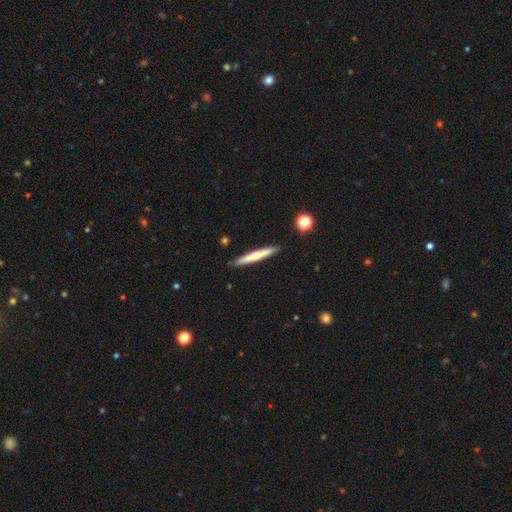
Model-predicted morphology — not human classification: This appears to be a smooth galaxy with no disk features (58%) that is cigar-shaped (96%). Merging: none (89%).